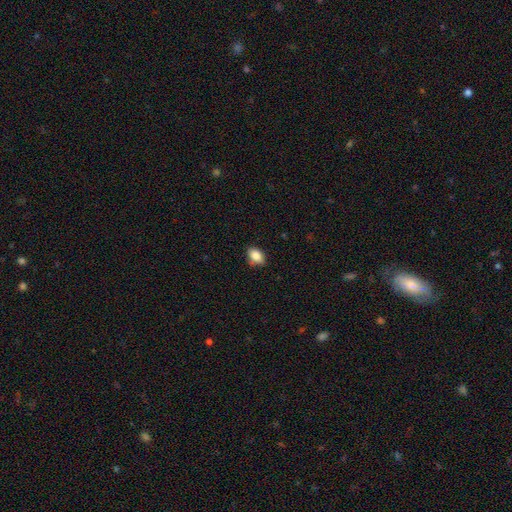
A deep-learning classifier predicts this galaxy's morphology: smooth_or_featured: smooth (p=0.87) [alt: star or artifact p=0.08]
how_rounded: in between (p=0.82) [alt: round p=0.17]
merging: none (p=0.80) [alt: minor disturbance p=0.16]